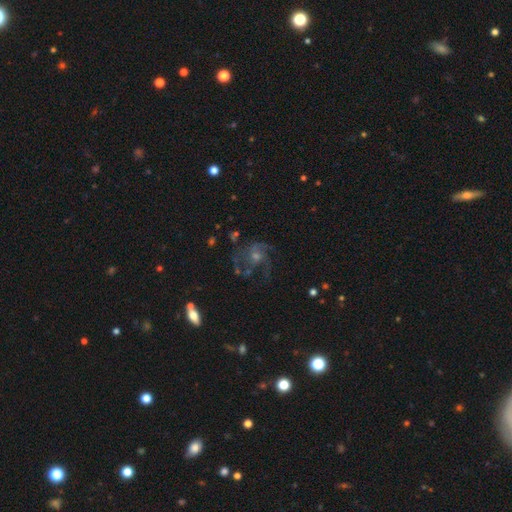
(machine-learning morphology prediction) type=featured or disk (74%); edge-on=no (97%); bar=no (74%); spiral arms=yes (89%); winding=medium (51%); arm count=3 (35%); bulge=small (50%); merging=none (63%).